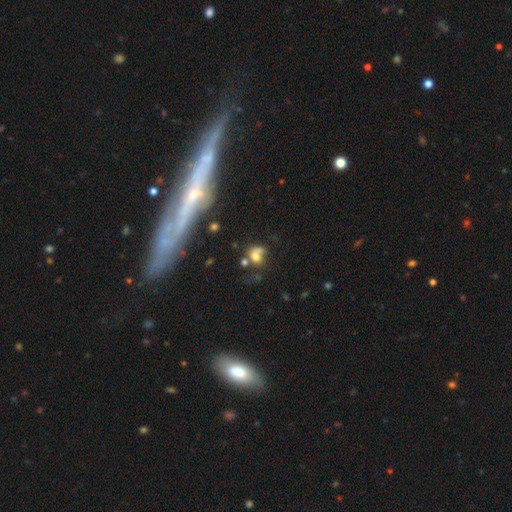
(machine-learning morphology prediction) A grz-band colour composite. It shows a smooth galaxy with no disk features (60%) that is round (56%). Merging: merger (34%).